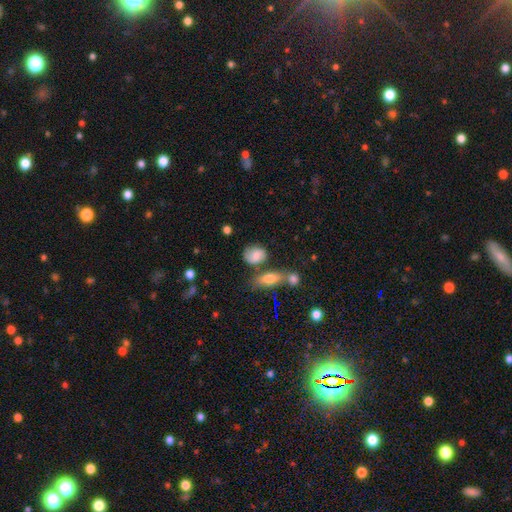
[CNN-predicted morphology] Smooth or featured?
  - smooth: 72% *
  - featured or disk: 19%
  - star or artifact: 9%
How rounded?
  - in between: 55% *
  - round: 42%
  - cigar-shaped: 3%
Merging?
  - none: 58% *
  - minor disturbance: 21%
  - merger: 13%
  - major disturbance: 7%